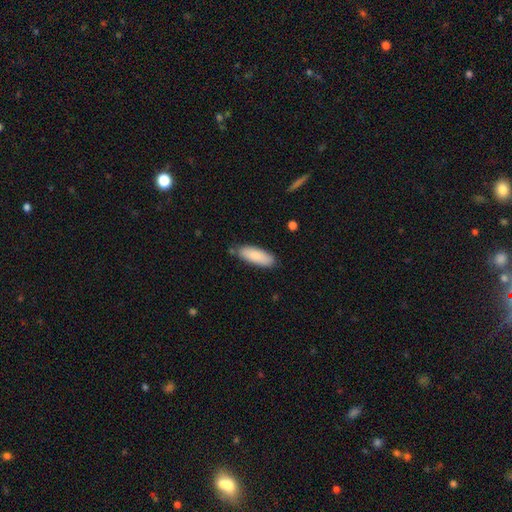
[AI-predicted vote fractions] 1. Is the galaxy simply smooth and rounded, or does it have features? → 87% smooth, 8% featured or disk, 6% star or artifact.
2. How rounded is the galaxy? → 68% in between, 31% cigar-shaped, 2% round.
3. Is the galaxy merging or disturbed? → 79% none, 16% minor disturbance, 3% merger, 3% major disturbance.